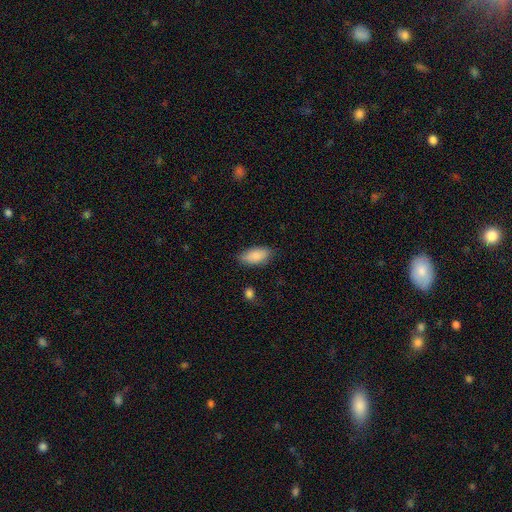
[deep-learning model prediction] A smooth galaxy with no disk features (87%) that is in between round and cigar-shaped (90%). Merging: none (79%).